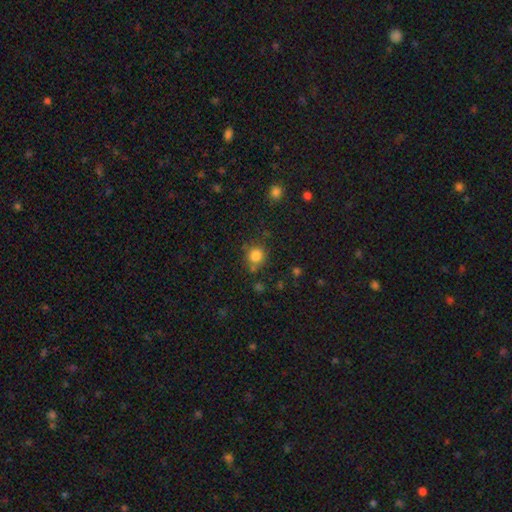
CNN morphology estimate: This is clearly a smooth galaxy (83%). How rounded: clearly round (88%). Merging: likely none (76%).